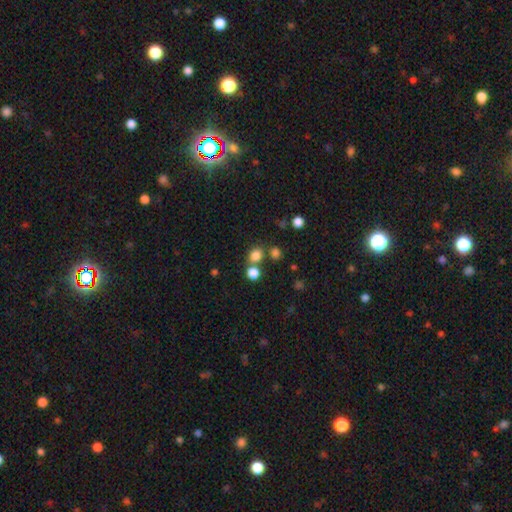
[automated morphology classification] Smooth or featured?
  - smooth: 79% *
  - star or artifact: 16%
  - featured or disk: 5%
How rounded?
  - round: 75% *
  - in between: 24%
  - cigar-shaped: 1%
Merging?
  - none: 67% *
  - merger: 21%
  - minor disturbance: 9%
  - major disturbance: 4%